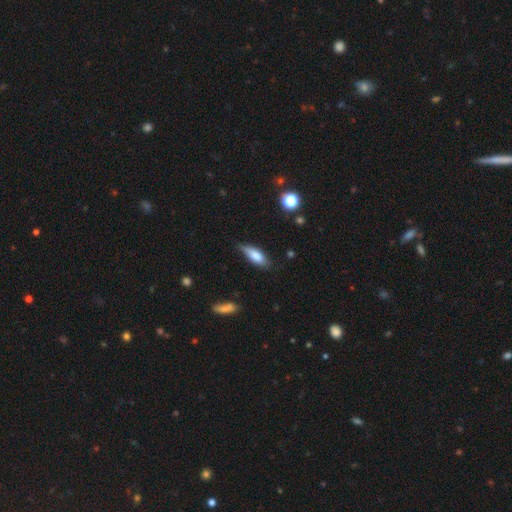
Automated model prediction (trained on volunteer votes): smooth_or_featured: smooth (p=0.77) [alt: featured or disk p=0.16]
how_rounded: in between (p=0.67) [alt: cigar-shaped p=0.30]
merging: none (p=0.57) [alt: minor disturbance p=0.34]